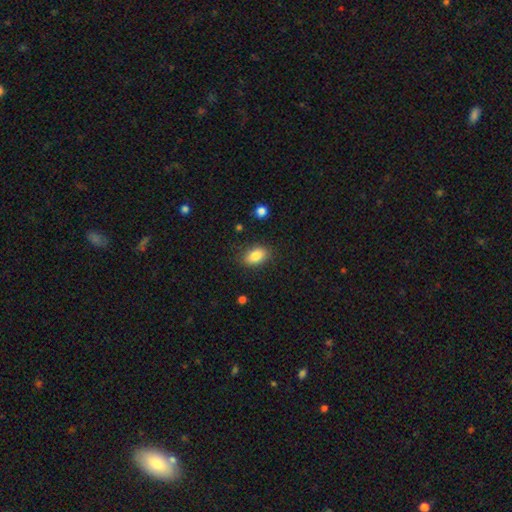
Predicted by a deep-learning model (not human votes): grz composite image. It shows a smooth galaxy with no disk features (85%) that is in between round and cigar-shaped (88%). Merging: none (83%).